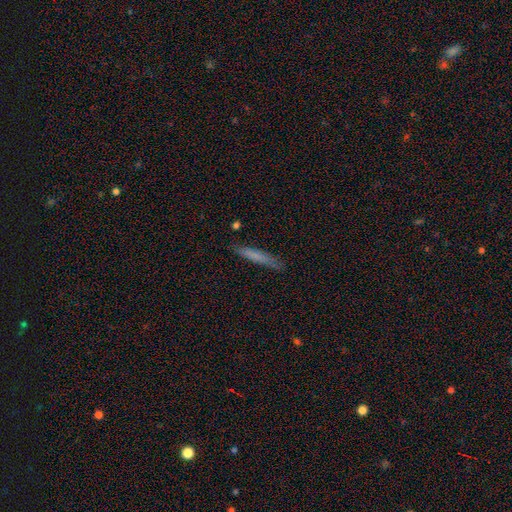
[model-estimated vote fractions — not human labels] Smooth or featured? smooth (71%)
How rounded? cigar-shaped (95%)
Merging? none (84%)